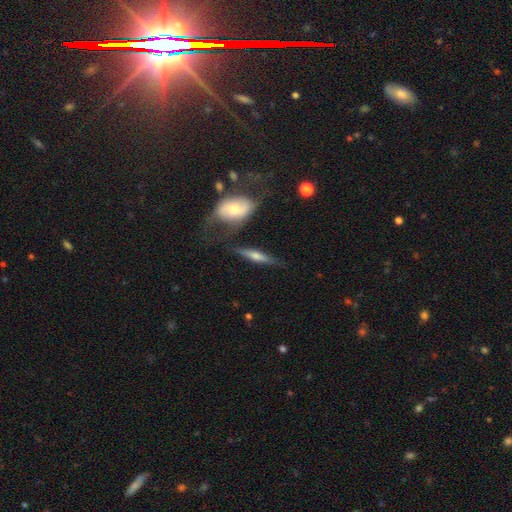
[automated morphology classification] smooth_or_featured: featured or disk (p=0.61) [alt: smooth p=0.32]
disk_edge_on: yes (p=0.91) [alt: no p=0.09]
edge_on_bulge: rounded (p=0.81) [alt: none p=0.10]
merging: none (p=0.70) [alt: minor disturbance p=0.16]